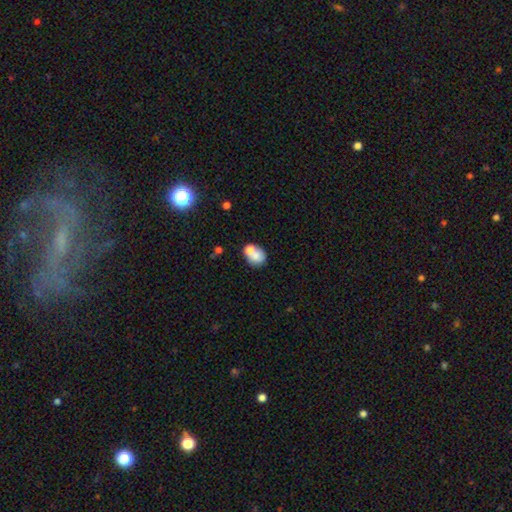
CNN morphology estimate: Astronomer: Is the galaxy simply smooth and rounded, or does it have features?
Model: smooth — 71%.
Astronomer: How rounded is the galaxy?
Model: round — 61% (runner-up: in between, 38%).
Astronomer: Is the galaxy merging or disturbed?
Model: merger — 41% (runner-up: none, 40%).